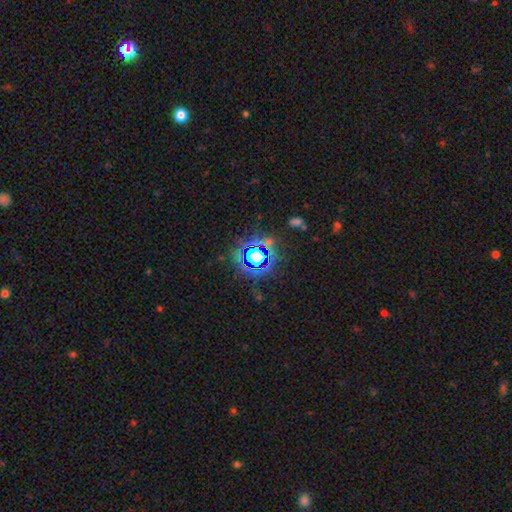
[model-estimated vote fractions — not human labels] Smooth or featured?
  - star or artifact: 73% *
  - smooth: 17%
  - featured or disk: 10%